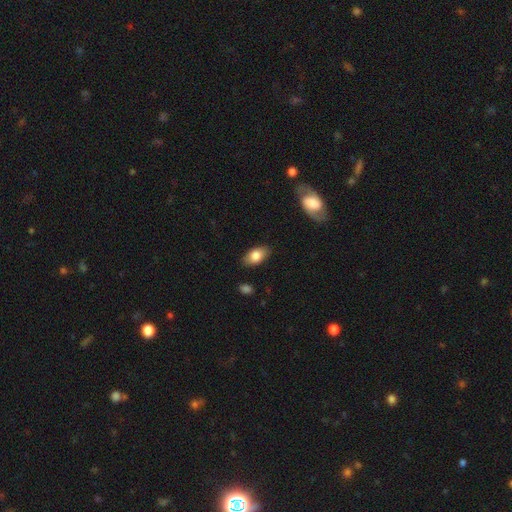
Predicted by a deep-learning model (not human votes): This appears to be a smooth galaxy with no disk features (80%) that is in between round and cigar-shaped (92%). Merging: none (86%).